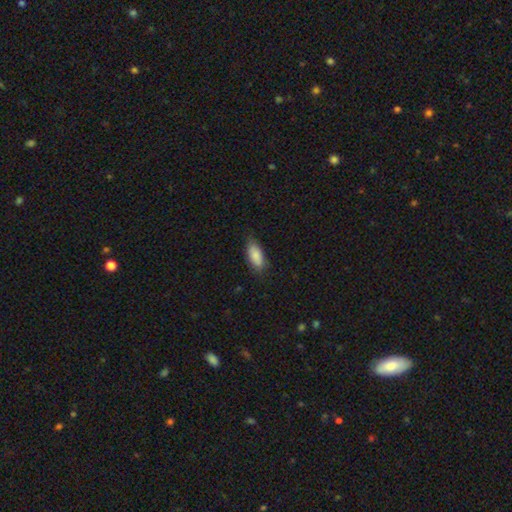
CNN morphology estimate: smooth 87%, featured or disk 7%, star or artifact 6%. Down the decision tree: how rounded — in between (86%); merging — none (77%).